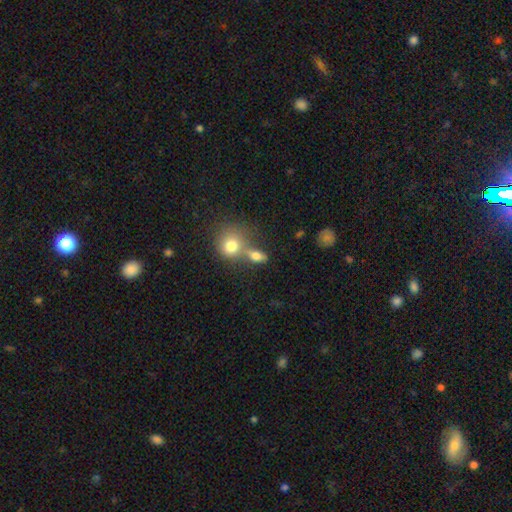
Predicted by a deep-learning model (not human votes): smooth 73%, featured or disk 15%, star or artifact 12%. Down the decision tree: how rounded — in between (60%); merging — merger (46%).